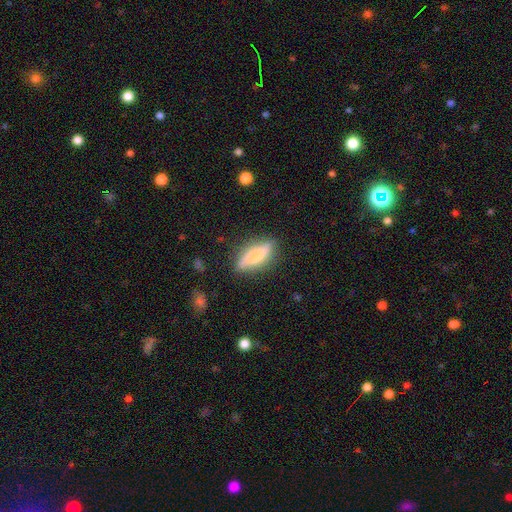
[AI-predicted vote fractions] featured or disk 50%, smooth 43%, star or artifact 7%. Down the decision tree: merging — none (77%).